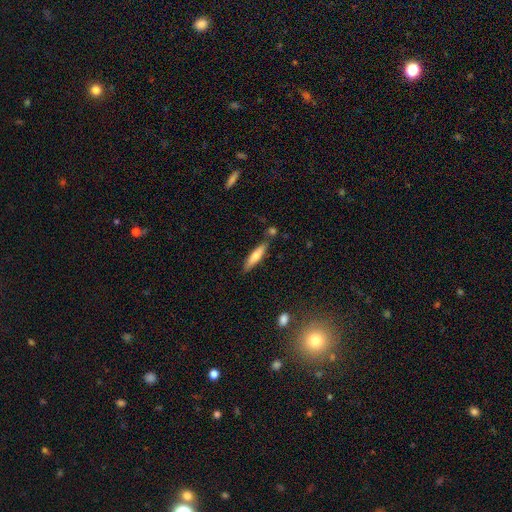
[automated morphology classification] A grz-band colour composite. It shows a smooth galaxy with no disk features (61%) that is cigar-shaped (79%). Merging: none (78%).